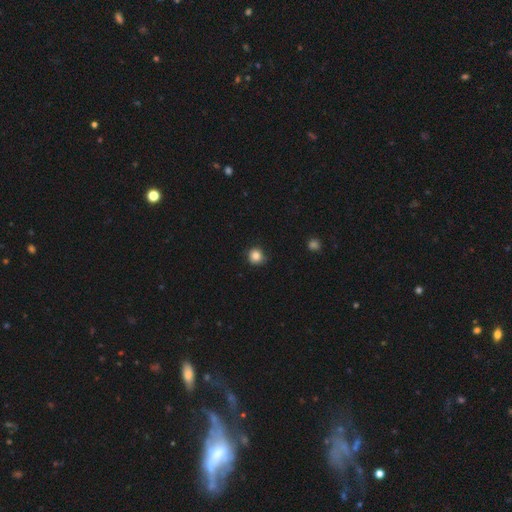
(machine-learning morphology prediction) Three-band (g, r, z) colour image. It shows a smooth galaxy with no disk features (84%) that is round (91%). Merging: none (81%).